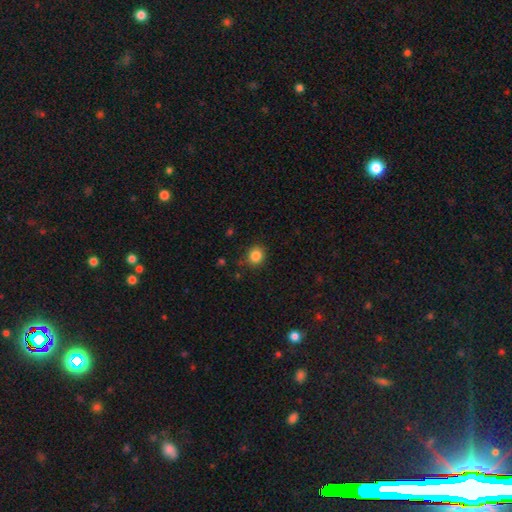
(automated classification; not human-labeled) Q: Smooth or featured?
A: smooth (85%); runner-up: star or artifact (11%)
Q: How rounded?
A: round (81%); runner-up: in between (18%)
Q: Merging?
A: none (85%); runner-up: minor disturbance (10%)